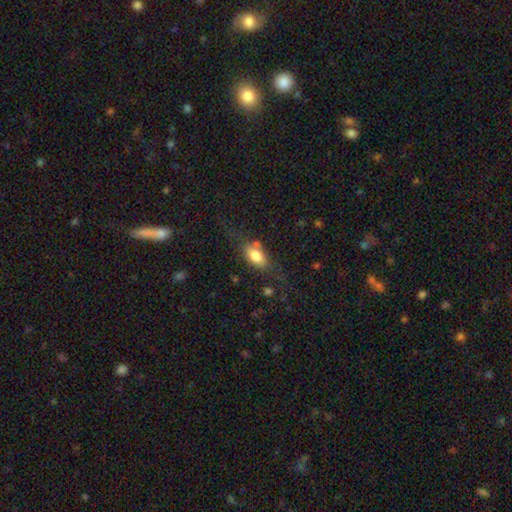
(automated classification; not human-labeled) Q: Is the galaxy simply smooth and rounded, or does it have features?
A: smooth — 77%.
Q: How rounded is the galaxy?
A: in between — 87%.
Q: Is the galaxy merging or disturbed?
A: none — 59%.